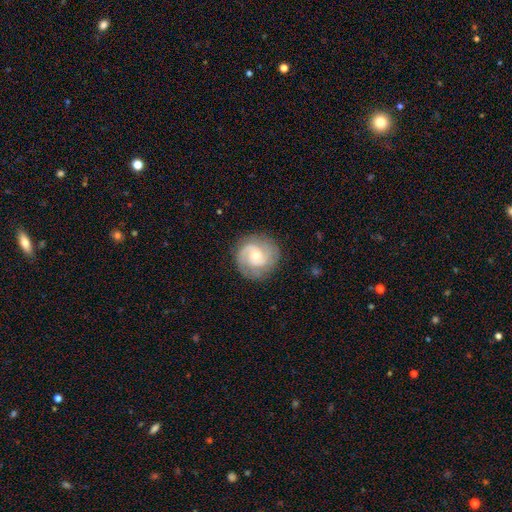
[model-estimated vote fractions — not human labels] This appears to be a featured or disk galaxy (81%) with no bar (61%), 2 (61%) medium (45%) spiral arms (96%) and a small central bulge (53%). Merging: none (84%).